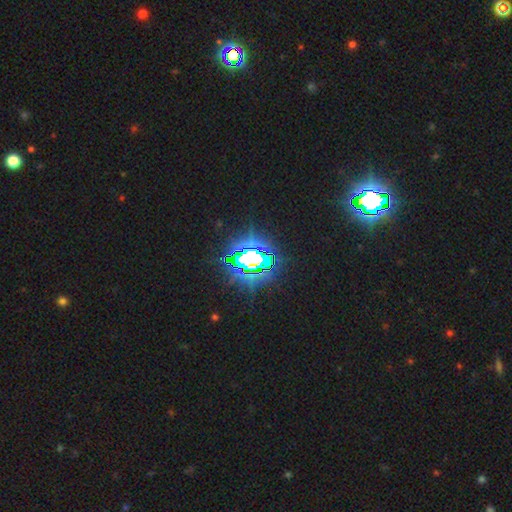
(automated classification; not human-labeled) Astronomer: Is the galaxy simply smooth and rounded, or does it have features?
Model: star or artifact — 80%.